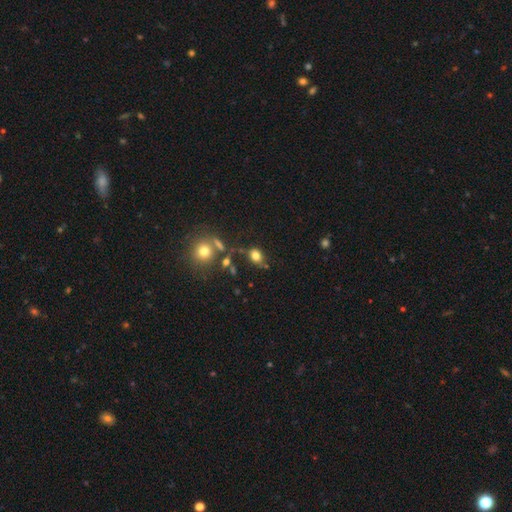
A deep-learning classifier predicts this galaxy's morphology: A smooth galaxy with no disk features (78%) that is in between round and cigar-shaped (54%). Merging: none (65%).